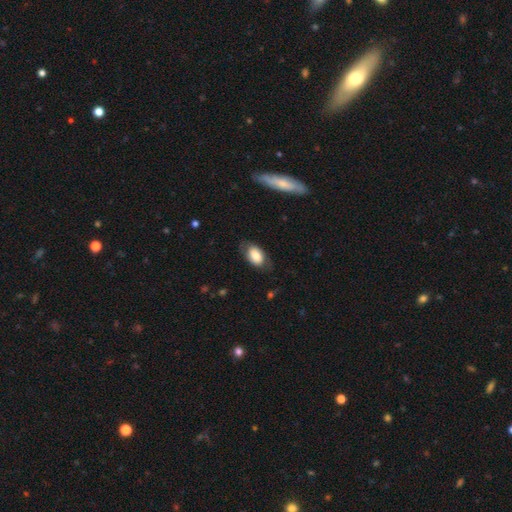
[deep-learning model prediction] Smooth or featured?
  - smooth: 75% *
  - featured or disk: 19%
  - star or artifact: 7%
How rounded?
  - in between: 90% *
  - round: 8%
  - cigar-shaped: 2%
Merging?
  - none: 70% *
  - minor disturbance: 21%
  - major disturbance: 8%
  - merger: 2%